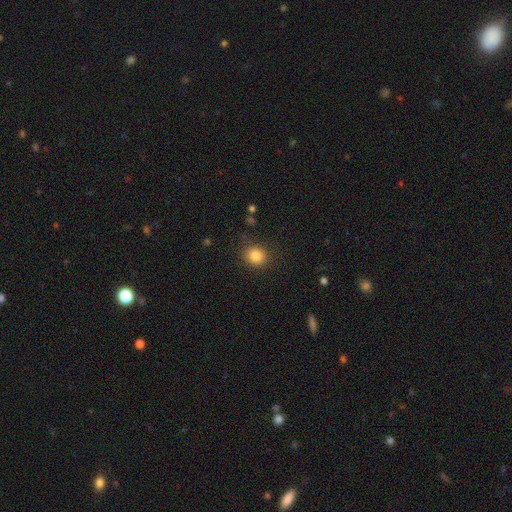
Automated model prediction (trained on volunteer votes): Smooth or featured: smooth — 83% (star or artifact — 11%)
How rounded: round — 80% (in between — 19%)
Merging: none — 86% (minor disturbance — 9%)